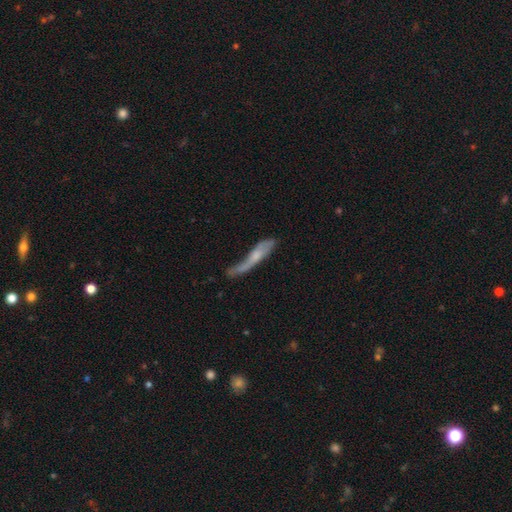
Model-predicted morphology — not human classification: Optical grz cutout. It shows a featured or disk galaxy (51%) viewed edge-on (52%). Merging: none (34%).